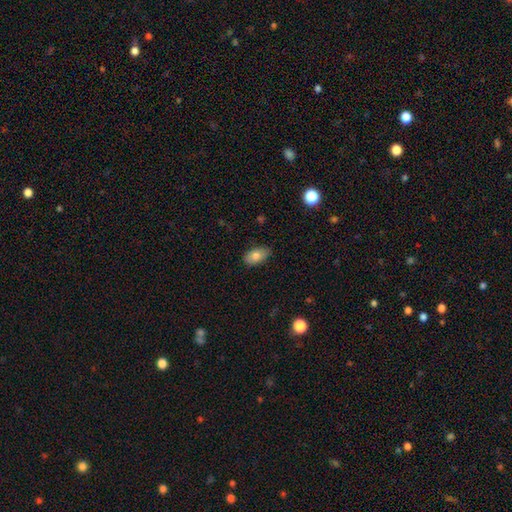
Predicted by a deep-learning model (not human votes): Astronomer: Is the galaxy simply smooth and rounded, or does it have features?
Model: smooth — 81%.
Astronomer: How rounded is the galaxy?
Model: in between — 92%.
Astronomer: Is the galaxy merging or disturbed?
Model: none — 83%.